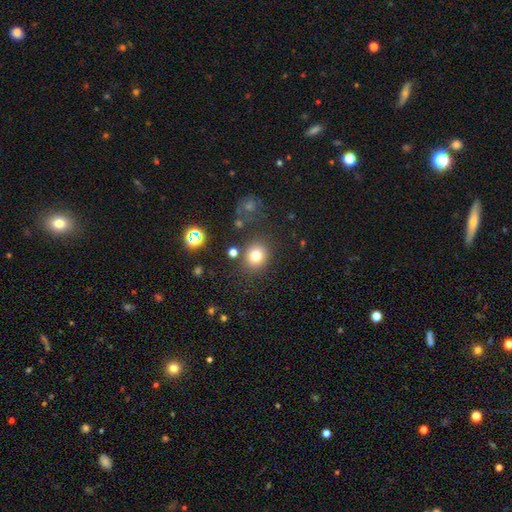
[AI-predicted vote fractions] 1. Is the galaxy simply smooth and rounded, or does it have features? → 77% smooth, 14% star or artifact, 8% featured or disk.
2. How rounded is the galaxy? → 80% round, 19% in between, 1% cigar-shaped.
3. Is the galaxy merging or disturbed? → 80% none, 10% minor disturbance, 5% merger, 5% major disturbance.